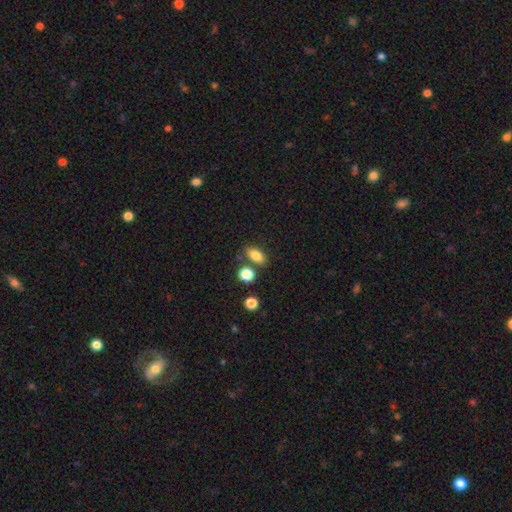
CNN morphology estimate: A smooth galaxy with no disk features (82%) that is in between round and cigar-shaped (82%).

Vote fractions:
- Smooth or featured? smooth: 82% / star or artifact: 10% / featured or disk: 7%
- How rounded? in between: 82% / round: 14% / cigar-shaped: 4%
- Merging? none: 74% / minor disturbance: 12% / merger: 11% / major disturbance: 4%